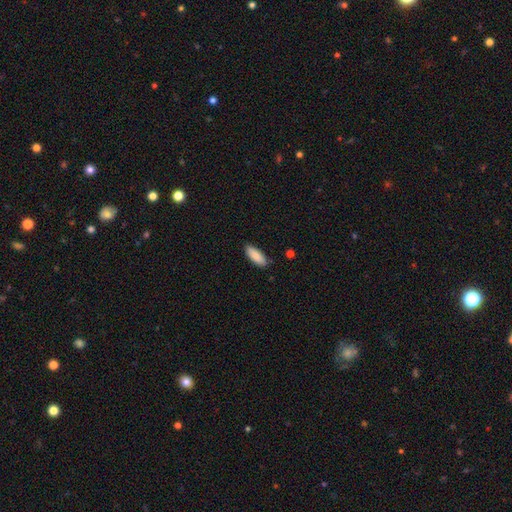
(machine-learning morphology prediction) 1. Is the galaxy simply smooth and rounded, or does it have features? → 89% smooth, 6% star or artifact, 5% featured or disk.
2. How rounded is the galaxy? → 75% in between, 24% cigar-shaped, 2% round.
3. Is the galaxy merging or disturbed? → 86% none, 11% minor disturbance, 2% major disturbance, 1% merger.